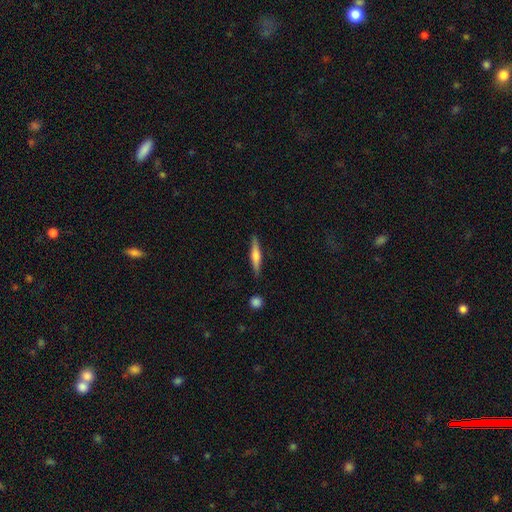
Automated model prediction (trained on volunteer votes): Smooth or featured?
  - featured or disk: 51% *
  - smooth: 42%
  - star or artifact: 6%
Edge-on disk?
  - yes: 96% *
  - no: 4%
Merging?
  - none: 87% *
  - minor disturbance: 9%
  - major disturbance: 2%
  - merger: 2%